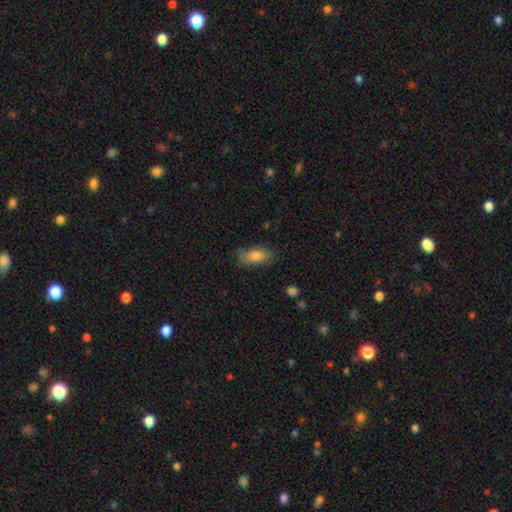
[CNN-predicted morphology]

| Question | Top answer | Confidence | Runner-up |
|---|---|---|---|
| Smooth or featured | smooth | 78% | featured or disk (14%) |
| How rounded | in between | 84% | cigar-shaped (12%) |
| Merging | none | 79% | minor disturbance (16%) |